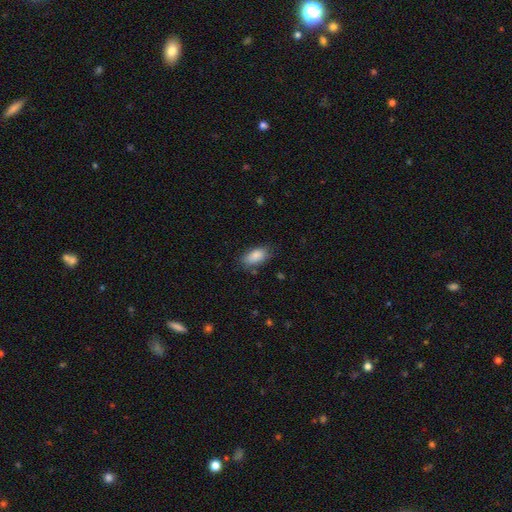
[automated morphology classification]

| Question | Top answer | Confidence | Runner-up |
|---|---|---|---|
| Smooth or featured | smooth | 86% | featured or disk (7%) |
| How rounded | in between | 91% | cigar-shaped (5%) |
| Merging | none | 74% | minor disturbance (19%) |